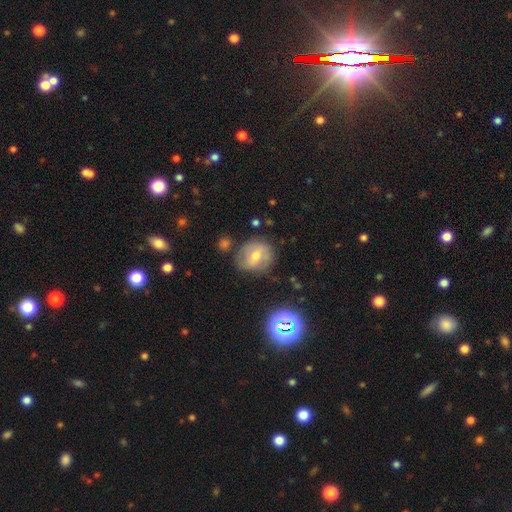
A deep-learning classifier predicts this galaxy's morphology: Smooth or featured? smooth (51%)
How rounded? round (78%)
Merging? none (71%)